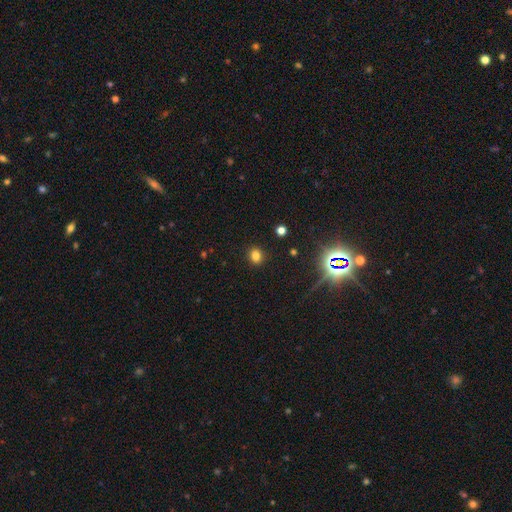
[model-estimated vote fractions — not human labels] smooth_or_featured: smooth (p=0.78) [alt: star or artifact p=0.16]
how_rounded: round (p=0.76) [alt: in between p=0.23]
merging: none (p=0.90) [alt: minor disturbance p=0.07]